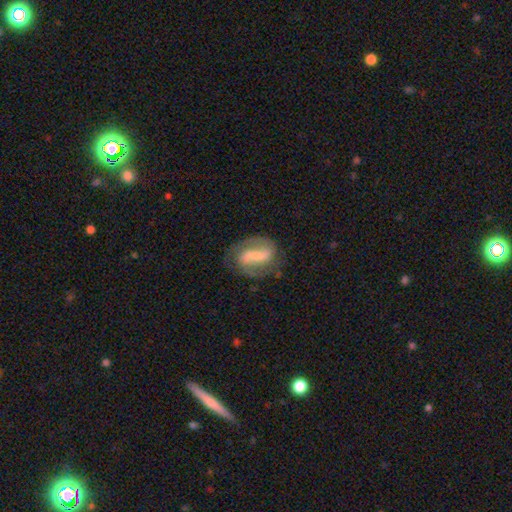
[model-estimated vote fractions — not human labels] Smooth or featured? featured or disk (80%)
Edge-on disk? no (97%)
Bar? strong (42%)
Spiral arms? yes (92%)
Spiral winding? medium (48%)
Spiral arm count? 2 (86%)
Bulge size? small (55%)
Merging? none (72%)